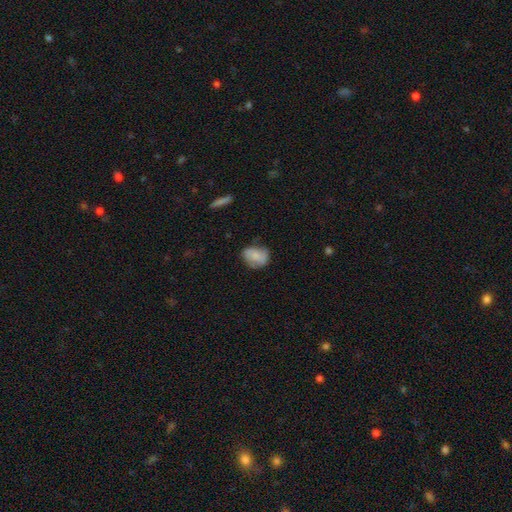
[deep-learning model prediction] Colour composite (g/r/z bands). It shows a smooth galaxy with no disk features (70%) that is in between round and cigar-shaped (51%). Merging: none (62%).